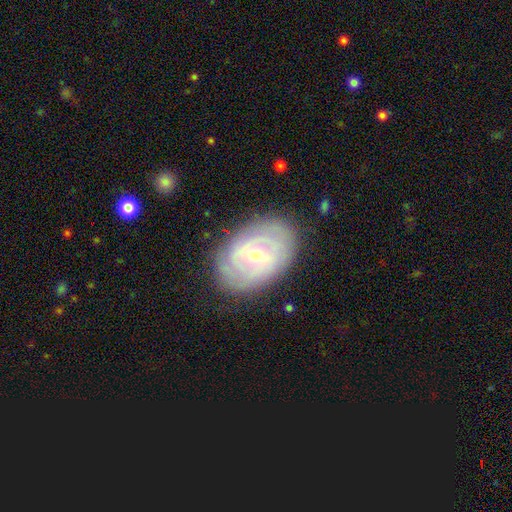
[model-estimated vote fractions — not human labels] The model was most divided on "bulge size": moderate: 51%, small: 45%, large: 2%, none: 1%, dominant: 1%. Remaining: edge-on disk — no (95%); merging — none (80%); spiral arms — yes (75%); smooth or featured — featured or disk (74%); spiral winding — tight (68%); bar — weak (49%); spiral arm count — can't tell (46%).